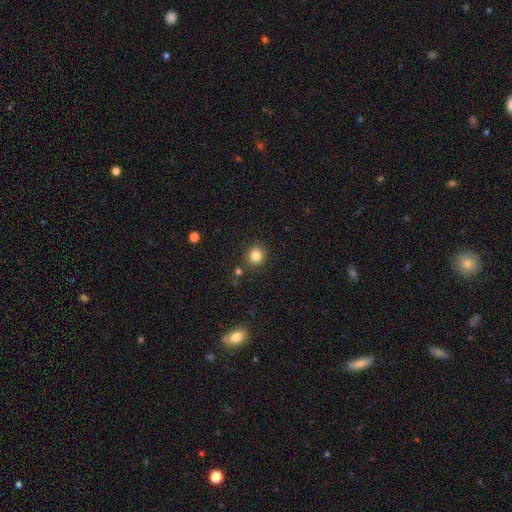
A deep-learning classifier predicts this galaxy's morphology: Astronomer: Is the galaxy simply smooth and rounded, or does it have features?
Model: smooth — 82%.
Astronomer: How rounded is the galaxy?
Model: round — 88%.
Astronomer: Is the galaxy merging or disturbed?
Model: none — 87%.